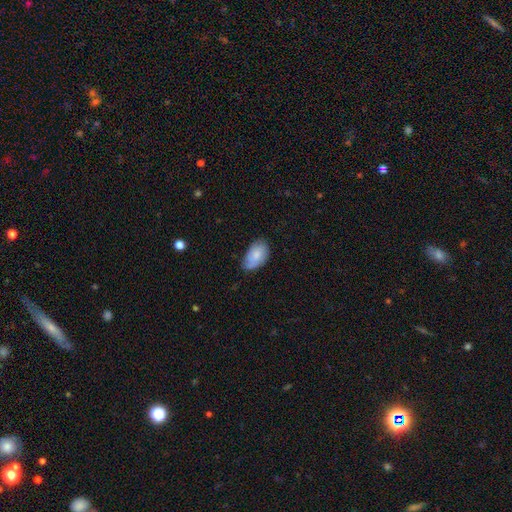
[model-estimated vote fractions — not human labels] Smooth or featured: smooth — 73% (featured or disk — 21%)
How rounded: in between — 92% (round — 7%)
Merging: none — 62% (minor disturbance — 31%)